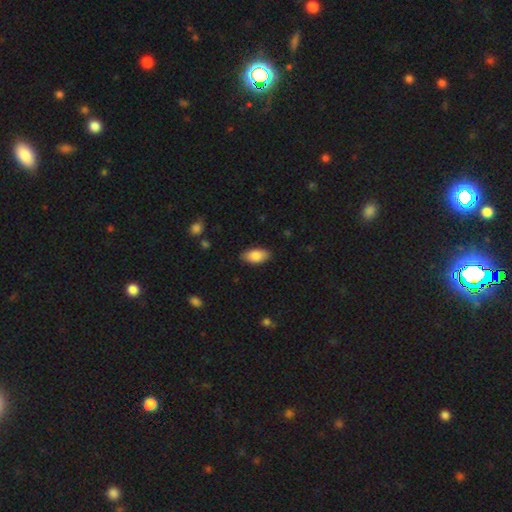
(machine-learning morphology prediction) A smooth galaxy with no disk features (86%) that is in between round and cigar-shaped (93%). Merging: none (85%).